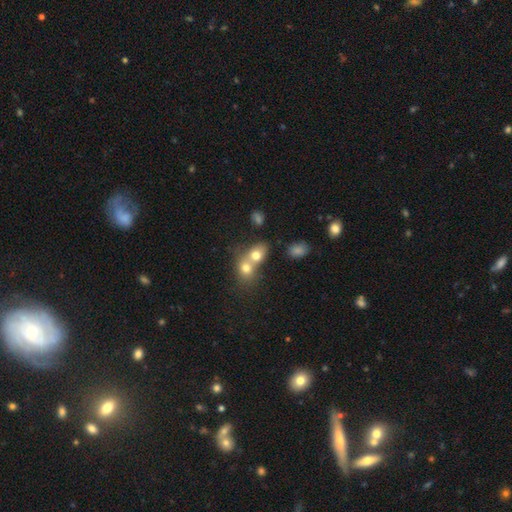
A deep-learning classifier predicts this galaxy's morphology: This is likely a smooth galaxy (71%). How rounded: possibly round (54%). Merging: likely merger (67%).